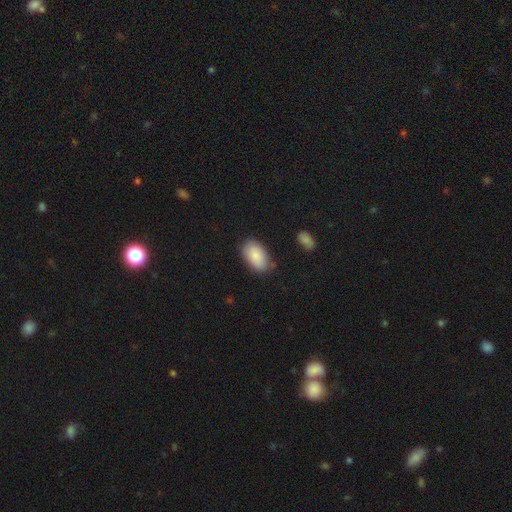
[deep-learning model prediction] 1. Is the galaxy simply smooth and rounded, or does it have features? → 85% smooth, 9% featured or disk, 6% star or artifact.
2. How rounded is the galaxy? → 94% in between, 5% round, 2% cigar-shaped.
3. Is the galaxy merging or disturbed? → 73% none, 20% minor disturbance, 4% major disturbance, 3% merger.